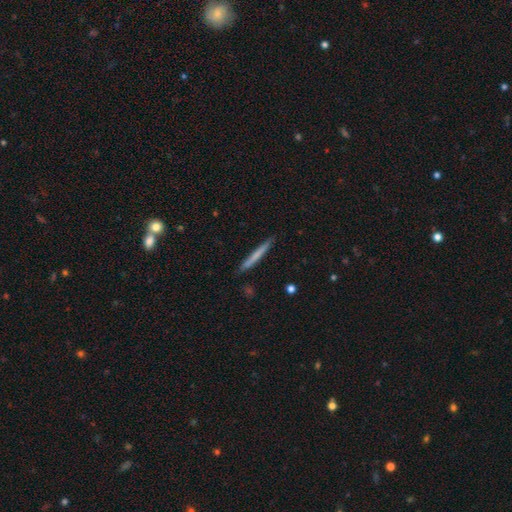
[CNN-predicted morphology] Q: Smooth or featured?
A: smooth (63%); runner-up: featured or disk (32%)
Q: How rounded?
A: cigar-shaped (97%); runner-up: in between (2%)
Q: Merging?
A: none (89%); runner-up: minor disturbance (8%)